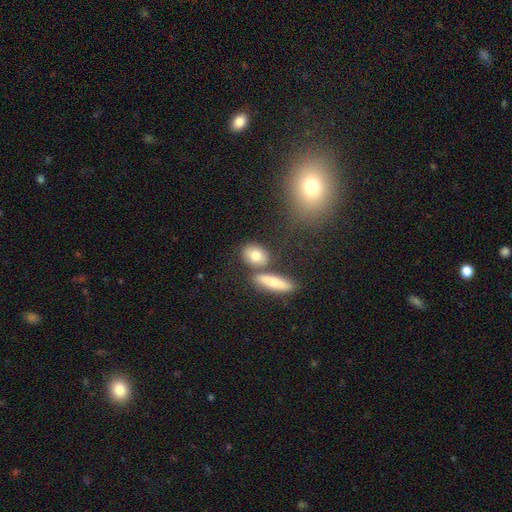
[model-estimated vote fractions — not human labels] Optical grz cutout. It shows a smooth galaxy with no disk features (77%) that is in between round and cigar-shaped (55%). Merging: none (67%).